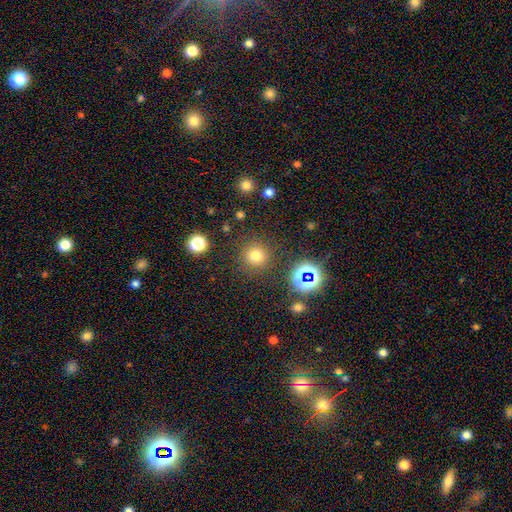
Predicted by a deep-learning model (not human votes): Smooth or featured: smooth — 73% (star or artifact — 21%)
How rounded: round — 93% (in between — 6%)
Merging: none — 87% (minor disturbance — 7%)